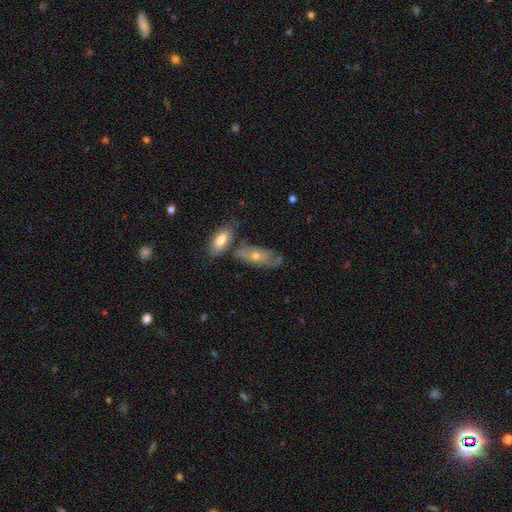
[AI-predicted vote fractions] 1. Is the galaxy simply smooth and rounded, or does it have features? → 52% featured or disk, 40% smooth, 8% star or artifact.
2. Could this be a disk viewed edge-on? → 80% no, 20% yes.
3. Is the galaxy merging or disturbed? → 50% none, 22% minor disturbance, 20% merger, 8% major disturbance.